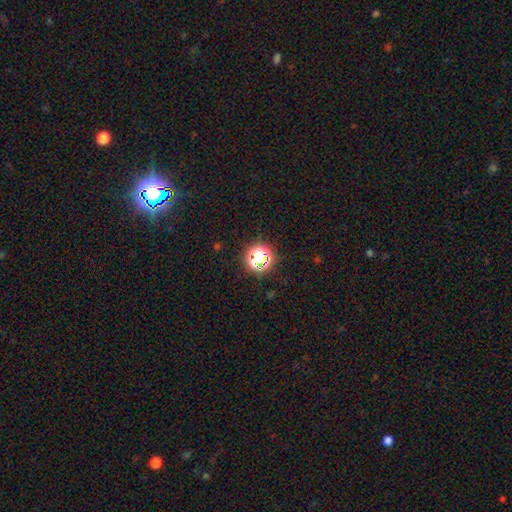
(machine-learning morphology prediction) smooth_or_featured: star or artifact (p=0.55) [alt: smooth p=0.35]